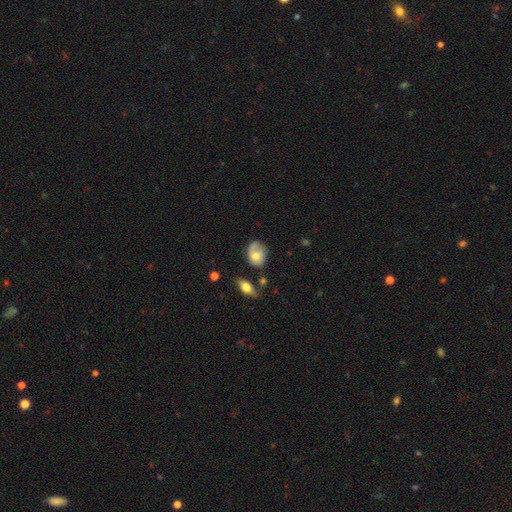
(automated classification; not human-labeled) This is possibly a smooth galaxy (47%). Merging: possibly none (48%).